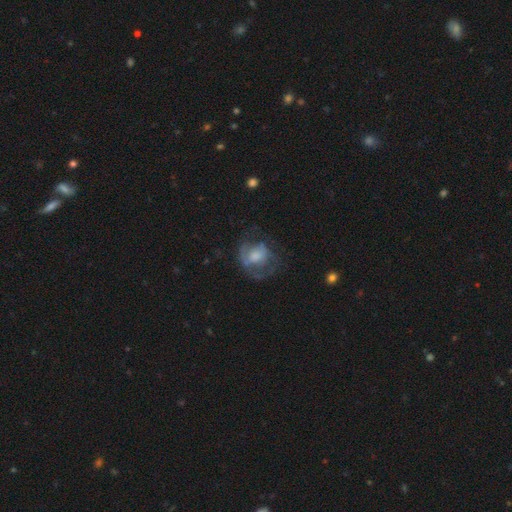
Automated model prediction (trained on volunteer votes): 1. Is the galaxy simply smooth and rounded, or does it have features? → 50% featured or disk, 41% smooth, 9% star or artifact.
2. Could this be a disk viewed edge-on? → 97% no, 3% yes.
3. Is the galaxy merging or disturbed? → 45% none, 32% major disturbance, 22% minor disturbance, 2% merger.